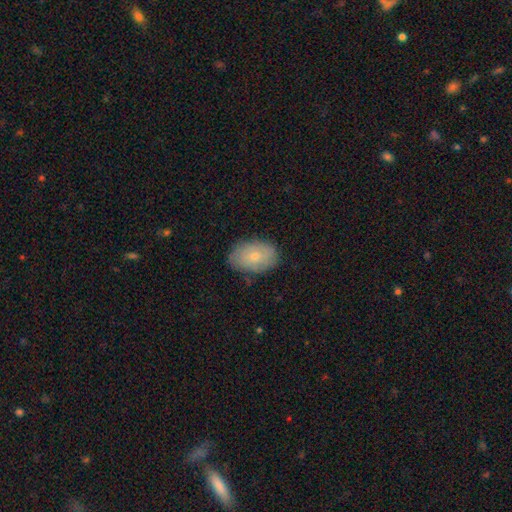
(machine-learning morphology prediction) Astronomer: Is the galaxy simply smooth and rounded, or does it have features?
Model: smooth — 70%.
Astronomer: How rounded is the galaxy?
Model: in between — 88%.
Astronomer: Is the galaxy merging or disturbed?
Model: none — 78%.